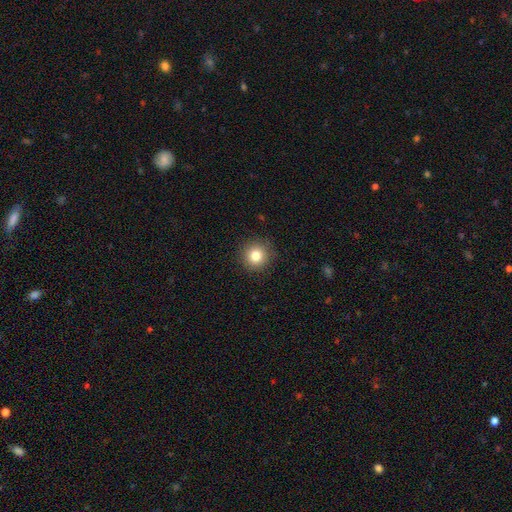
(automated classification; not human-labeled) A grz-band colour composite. It shows a smooth galaxy with no disk features (82%) that is round (94%). Merging: none (90%).